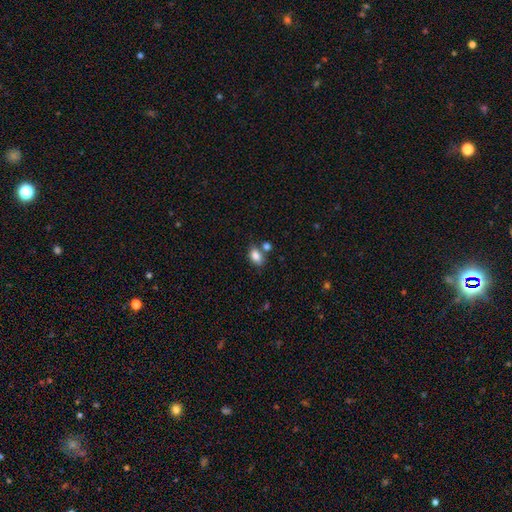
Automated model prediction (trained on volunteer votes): Smooth or featured? Predicted: smooth (p=0.84). How rounded? Predicted: in between (p=0.85). Merging? Predicted: none (p=0.62).